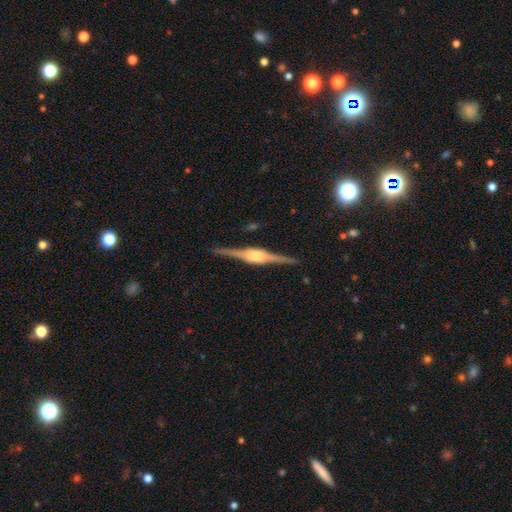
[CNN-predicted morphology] The model was most divided on "edge-on bulge": rounded: 72%, boxy: 25%, none: 3%. More confident: edge-on disk — yes (98%); merging — none (88%); smooth or featured — featured or disk (87%).